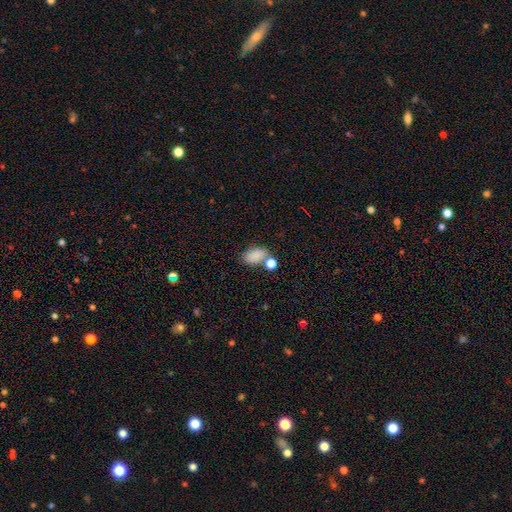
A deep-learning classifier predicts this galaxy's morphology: This is clearly a smooth galaxy (83%). How rounded: clearly in between (85%). Merging: possibly none (58%).